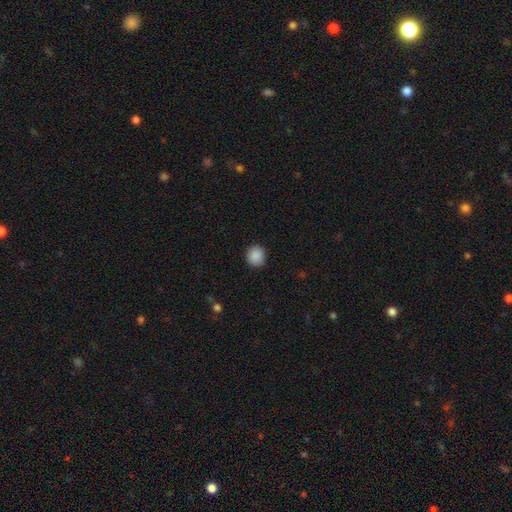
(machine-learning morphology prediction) The model was most divided on "how rounded": round: 85%, in between: 14%, cigar-shaped: 1%. More confident: merging — none (91%); smooth or featured — smooth (89%).